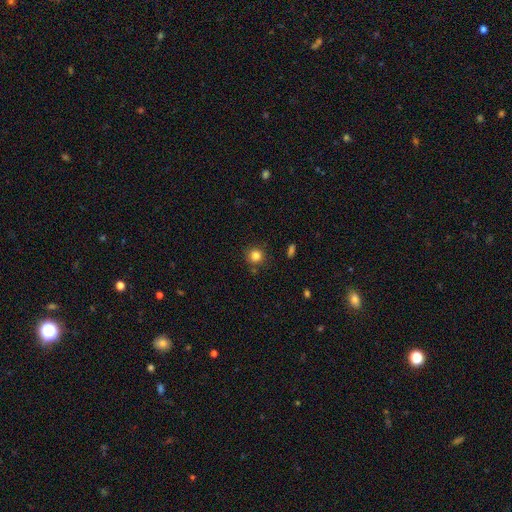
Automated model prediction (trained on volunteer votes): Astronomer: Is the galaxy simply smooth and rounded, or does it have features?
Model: smooth — 83%.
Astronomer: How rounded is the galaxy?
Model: round — 92%.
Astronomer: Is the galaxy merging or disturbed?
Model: none — 85%.